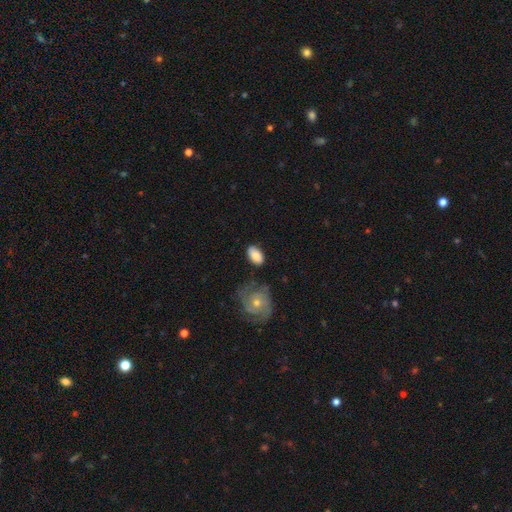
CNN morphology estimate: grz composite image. It shows a smooth galaxy with no disk features (79%) that is in between round and cigar-shaped (92%). Merging: none (71%).